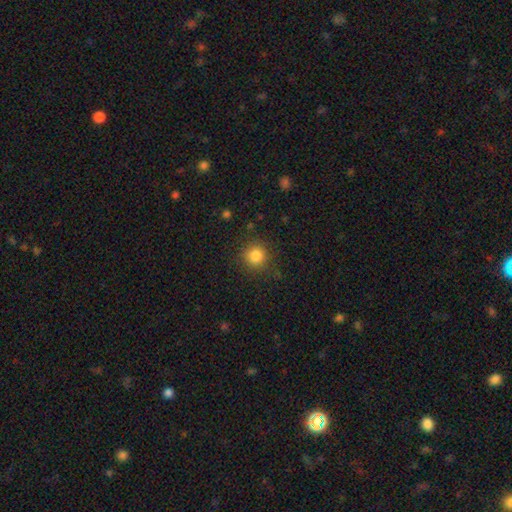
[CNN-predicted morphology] A smooth galaxy with no disk features (83%) that is round (92%). Merging: none (85%).